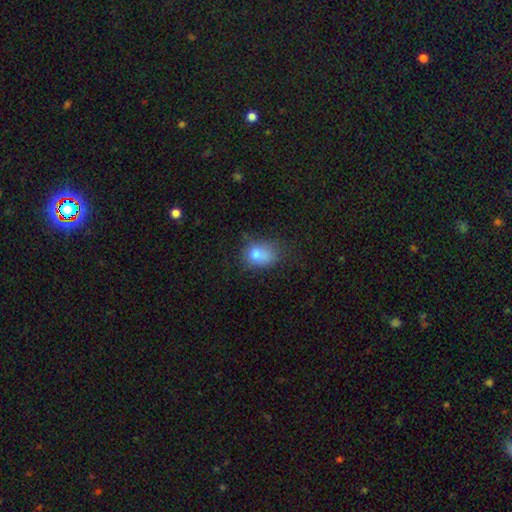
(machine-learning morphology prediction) smooth 78%, star or artifact 11%, featured or disk 11%. Down the decision tree: how rounded — in between (62%); merging — none (46%).